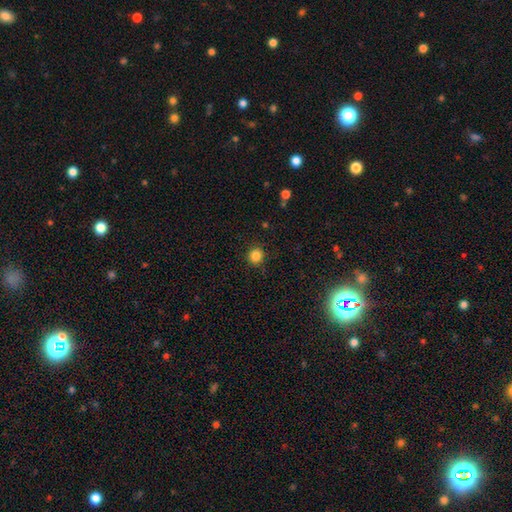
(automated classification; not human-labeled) smooth-or-featured: smooth: 85% | star or artifact: 12% | featured or disk: 4%
  how-rounded: round: 92% | in between: 7% | cigar-shaped: 1%
  merging: none: 89% | minor disturbance: 7% | major disturbance: 2% | merger: 1%